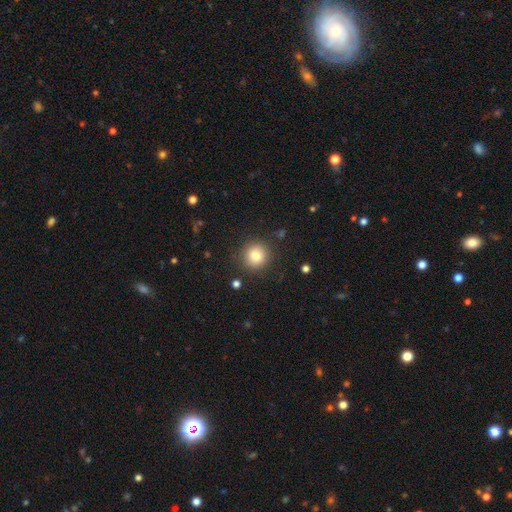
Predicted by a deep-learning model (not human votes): smooth 81%, star or artifact 11%, featured or disk 8%. Down the decision tree: how rounded — round (92%); merging — none (88%).